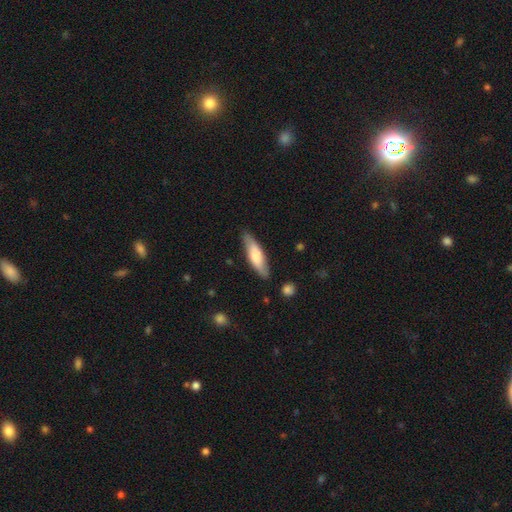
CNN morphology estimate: Smooth or featured: smooth — 68% (featured or disk — 26%)
How rounded: cigar-shaped — 61% (in between — 38%)
Merging: none — 83% (minor disturbance — 13%)